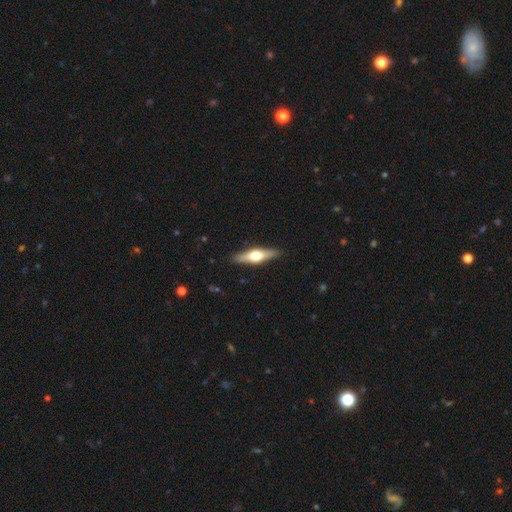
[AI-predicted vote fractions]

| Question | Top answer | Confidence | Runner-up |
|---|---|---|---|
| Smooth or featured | featured or disk | 58% | smooth (37%) |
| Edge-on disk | yes | 94% | no (6%) |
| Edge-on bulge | rounded | 94% | boxy (4%) |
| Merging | none | 90% | minor disturbance (8%) |